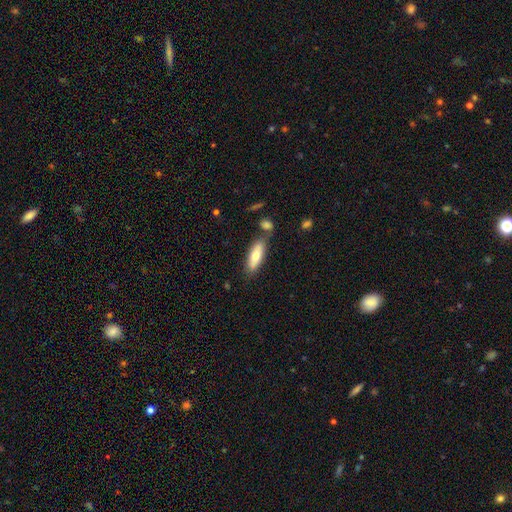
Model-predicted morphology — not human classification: Smooth or featured? Predicted: smooth (p=0.73). How rounded? Predicted: in between (p=0.60). Merging? Predicted: none (p=0.70).